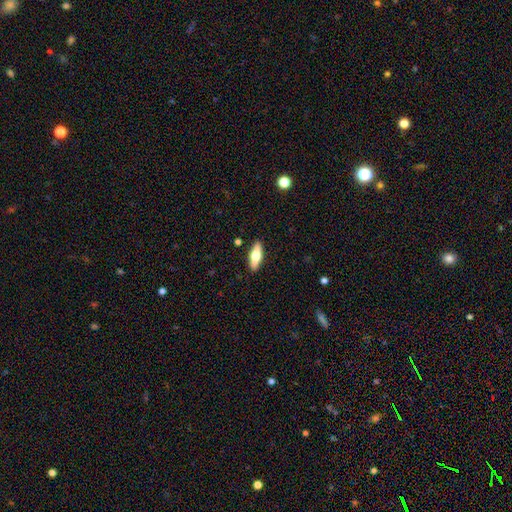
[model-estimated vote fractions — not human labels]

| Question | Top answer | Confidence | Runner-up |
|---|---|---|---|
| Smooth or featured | smooth | 55% | featured or disk (39%) |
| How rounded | in between | 56% | cigar-shaped (42%) |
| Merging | none | 90% | minor disturbance (7%) |